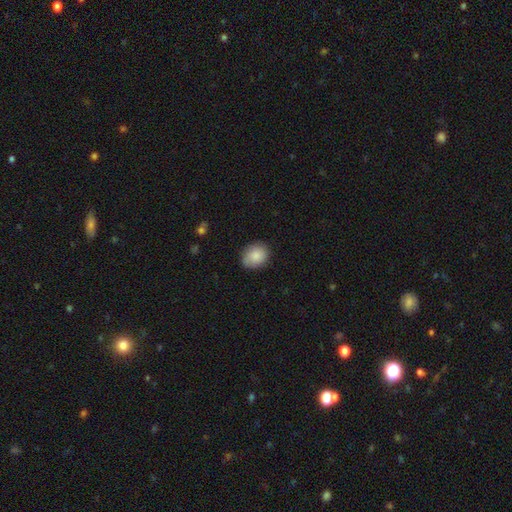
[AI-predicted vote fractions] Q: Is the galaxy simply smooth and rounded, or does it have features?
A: smooth — 86%.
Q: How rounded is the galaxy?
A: round — 53%.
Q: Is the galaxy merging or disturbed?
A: none — 80%.